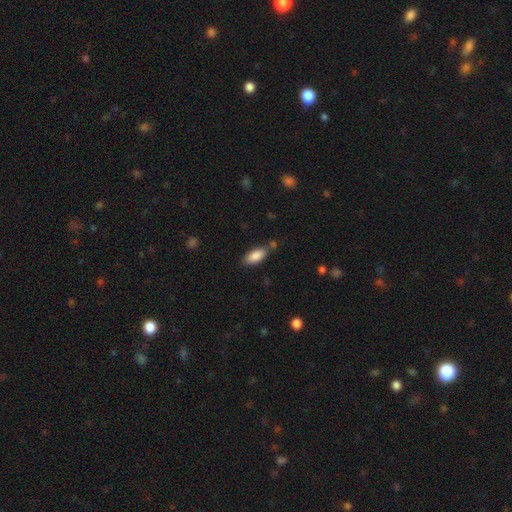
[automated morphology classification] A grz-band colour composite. It shows a smooth galaxy with no disk features (86%) that is in between round and cigar-shaped (85%). Merging: none (71%).